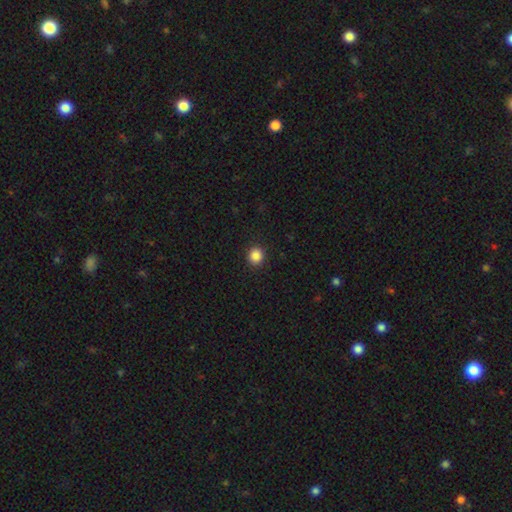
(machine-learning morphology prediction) Q: Smooth or featured?
A: smooth (87%); runner-up: star or artifact (10%)
Q: How rounded?
A: round (89%); runner-up: in between (10%)
Q: Merging?
A: none (92%); runner-up: minor disturbance (5%)